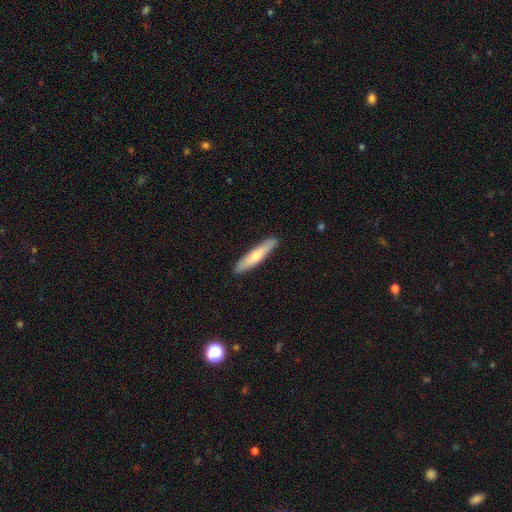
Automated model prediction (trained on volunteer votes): Smooth or featured?
  - smooth: 64% *
  - featured or disk: 31%
  - star or artifact: 5%
How rounded?
  - cigar-shaped: 88% *
  - in between: 11%
  - round: 1%
Merging?
  - none: 89% *
  - minor disturbance: 8%
  - major disturbance: 1%
  - merger: 1%